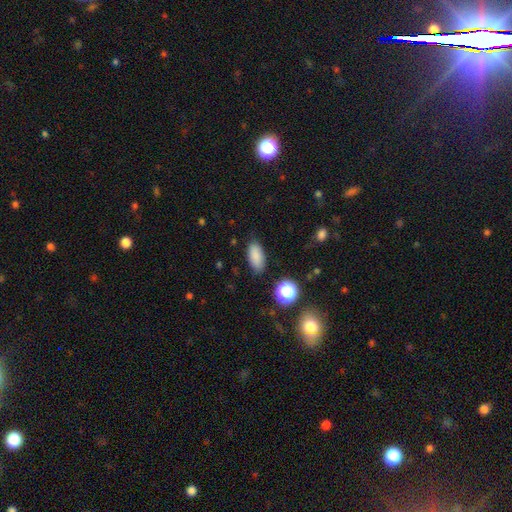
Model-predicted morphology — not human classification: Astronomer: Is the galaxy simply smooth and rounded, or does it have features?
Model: smooth — 85%.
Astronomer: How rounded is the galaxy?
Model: in between — 88%.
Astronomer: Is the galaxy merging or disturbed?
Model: none — 84%.